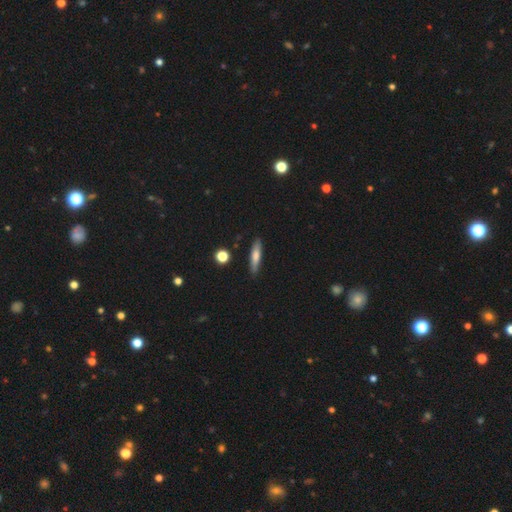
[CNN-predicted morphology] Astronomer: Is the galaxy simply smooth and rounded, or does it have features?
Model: smooth — 67%.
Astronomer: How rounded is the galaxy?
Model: cigar-shaped — 82%.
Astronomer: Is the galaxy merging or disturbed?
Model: none — 87%.